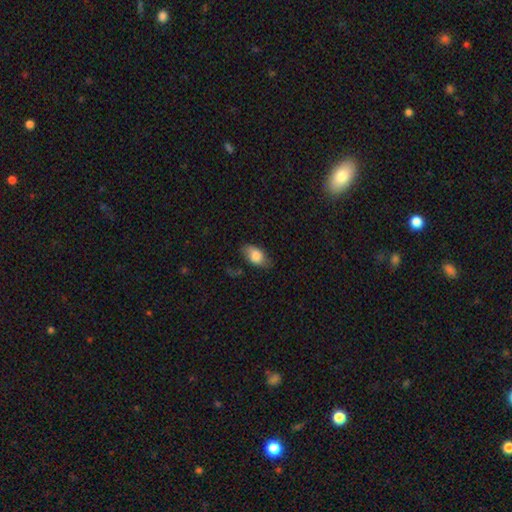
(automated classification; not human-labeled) This appears to be a smooth galaxy with no disk features (78%) that is in between round and cigar-shaped (89%). Merging: none (73%).